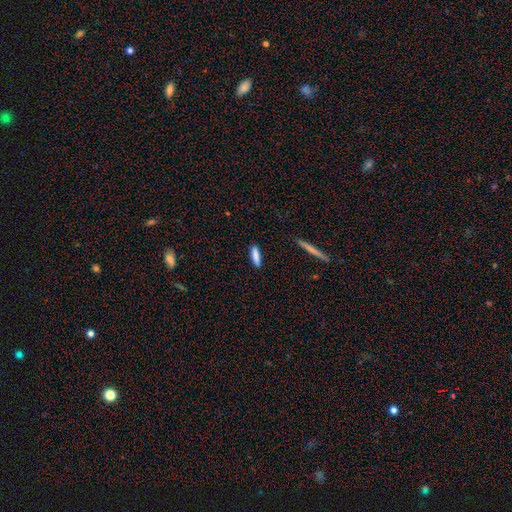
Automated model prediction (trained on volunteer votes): smooth_or_featured: smooth (p=0.84) [alt: featured or disk p=0.09]
how_rounded: cigar-shaped (p=0.70) [alt: in between p=0.28]
merging: none (p=0.87) [alt: minor disturbance p=0.09]